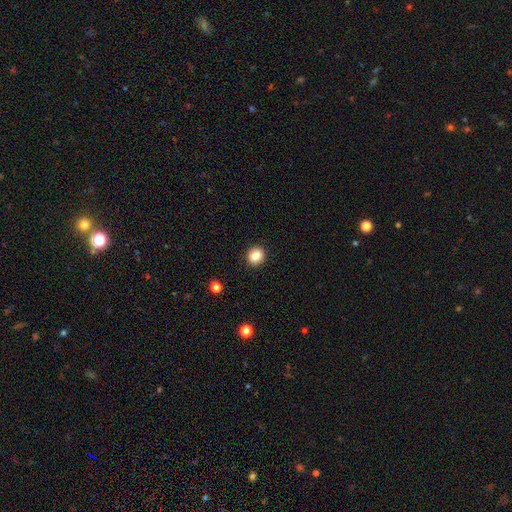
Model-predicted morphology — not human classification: type=smooth (84%); roundness=round (83%); merging=none (92%).